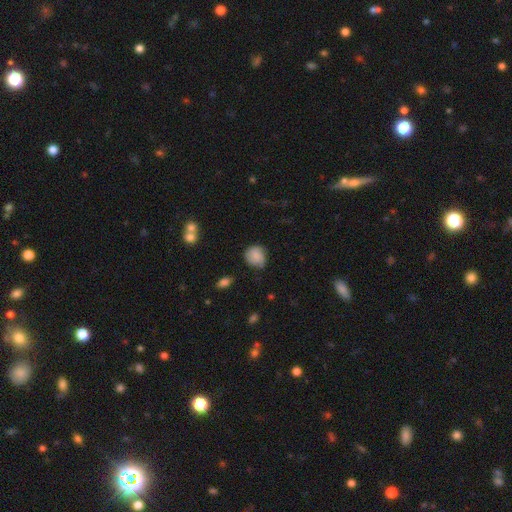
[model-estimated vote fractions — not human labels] This is clearly a smooth galaxy (81%). How rounded: likely round (74%). Merging: likely none (63%).